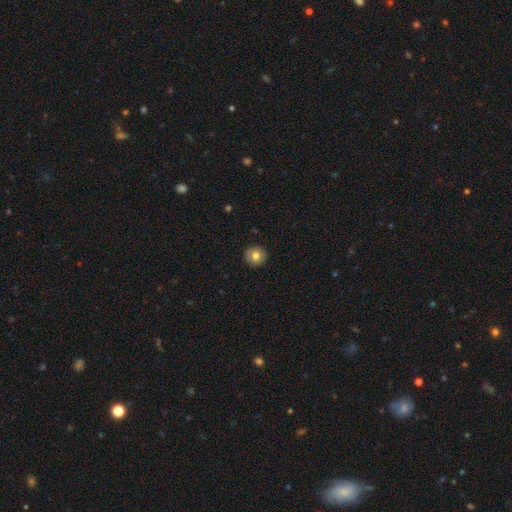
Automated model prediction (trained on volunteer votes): Smooth or featured: smooth — 78% (featured or disk — 13%)
How rounded: round — 91% (in between — 8%)
Merging: none — 89% (minor disturbance — 8%)